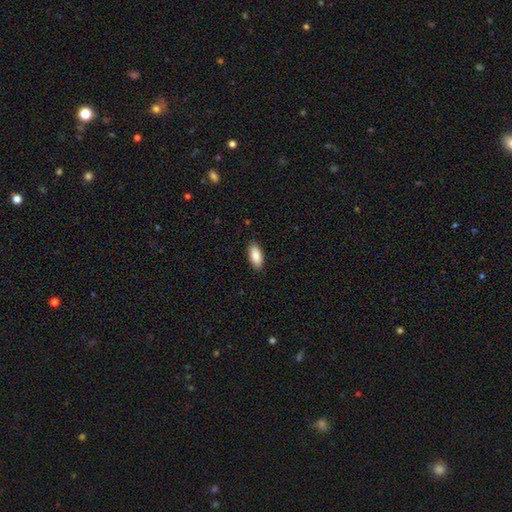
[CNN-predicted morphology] Q: Smooth or featured?
A: smooth (89%); runner-up: star or artifact (6%)
Q: How rounded?
A: in between (87%); runner-up: cigar-shaped (11%)
Q: Merging?
A: none (89%); runner-up: minor disturbance (8%)